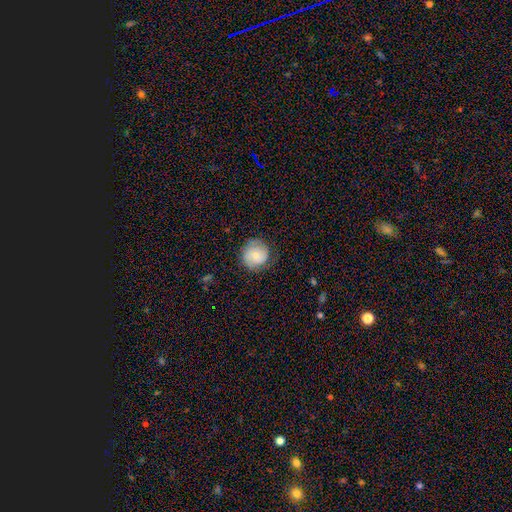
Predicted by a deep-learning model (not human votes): Morphology: type=smooth (65%); roundness=round (90%); merging=none (76%).